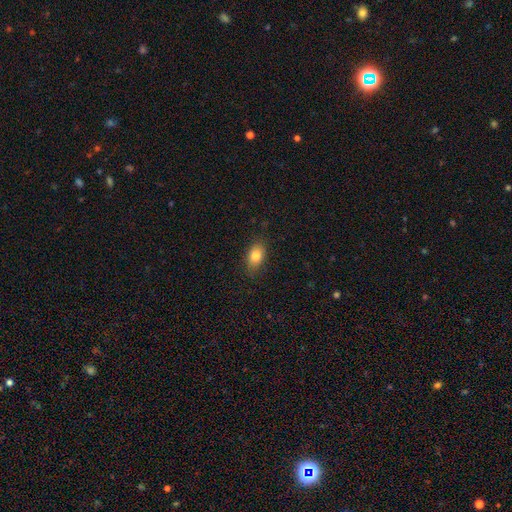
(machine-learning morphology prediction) This is clearly a smooth galaxy (82%). How rounded: clearly in between (83%). Merging: clearly none (83%).